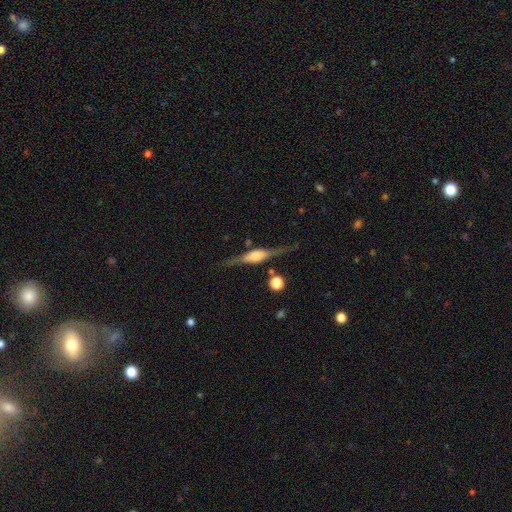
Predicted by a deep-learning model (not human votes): smooth_or_featured: featured or disk (p=0.78) [alt: smooth p=0.16]
disk_edge_on: yes (p=0.97) [alt: no p=0.03]
edge_on_bulge: rounded (p=0.72) [alt: boxy p=0.24]
merging: none (p=0.80) [alt: minor disturbance p=0.13]